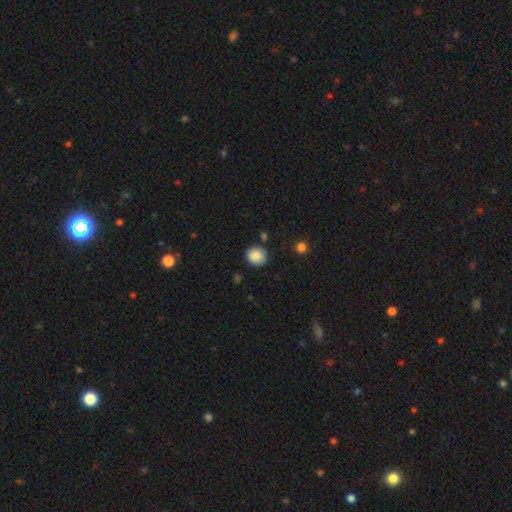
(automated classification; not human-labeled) A smooth galaxy with no disk features (86%) that is round (85%). Merging: none (85%).